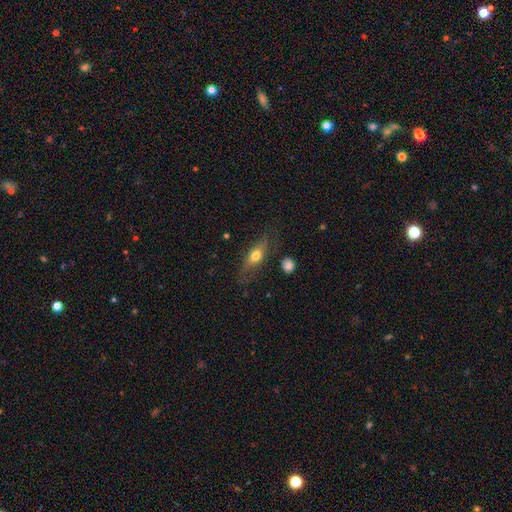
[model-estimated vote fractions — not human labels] This is likely a smooth galaxy (61%). How rounded: likely in between (63%). Merging: likely none (68%).